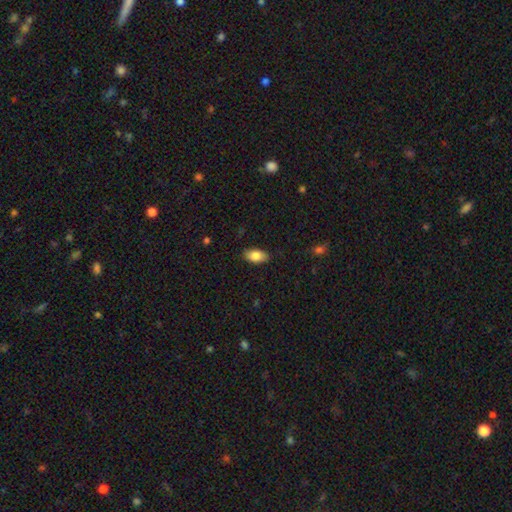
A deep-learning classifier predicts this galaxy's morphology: A smooth galaxy with no disk features (83%) that is in between round and cigar-shaped (92%).

Vote fractions:
- Smooth or featured? smooth: 83% / featured or disk: 10% / star or artifact: 7%
- How rounded? in between: 92% / round: 4% / cigar-shaped: 4%
- Merging? none: 86% / minor disturbance: 10% / major disturbance: 2% / merger: 1%